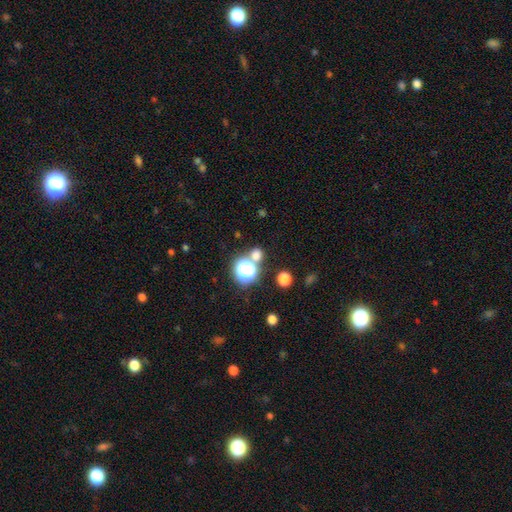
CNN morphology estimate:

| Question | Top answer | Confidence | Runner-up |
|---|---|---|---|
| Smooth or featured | smooth | 63% | star or artifact (29%) |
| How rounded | round | 84% | in between (15%) |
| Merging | none | 67% | merger (22%) |